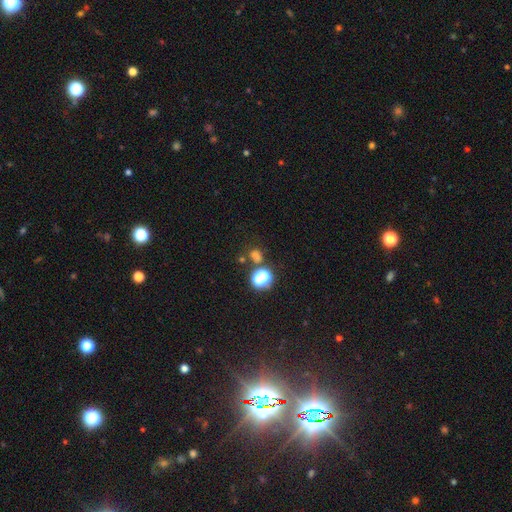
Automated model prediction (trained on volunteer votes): smooth 62%, star or artifact 32%, featured or disk 7%. Down the decision tree: how rounded — round (73%); merging — none (67%).